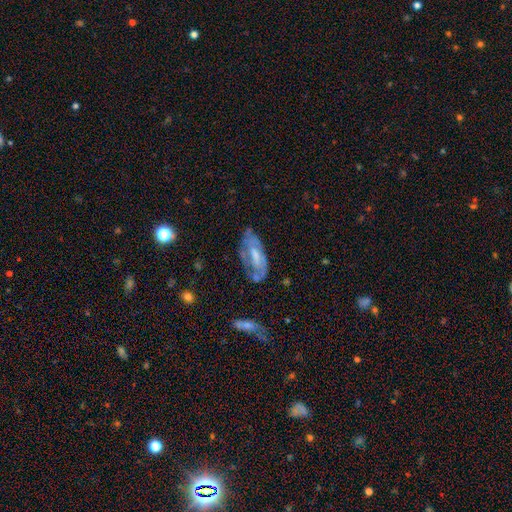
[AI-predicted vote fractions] Smooth or featured? featured or disk (65%)
Edge-on disk? no (88%)
Bar? no (41%, tied with weak)
Spiral arms? yes (66%)
Bulge size? moderate (42%)
Merging? none (57%)